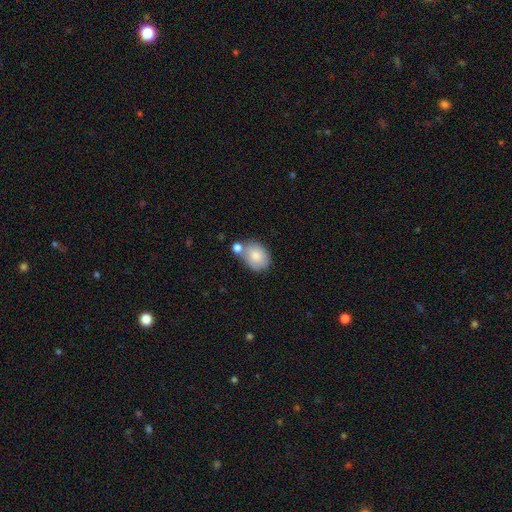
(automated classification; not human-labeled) smooth_or_featured: smooth (p=0.79) [alt: featured or disk p=0.14]
how_rounded: in between (p=0.72) [alt: round p=0.27]
merging: none (p=0.49) [alt: merger p=0.27]